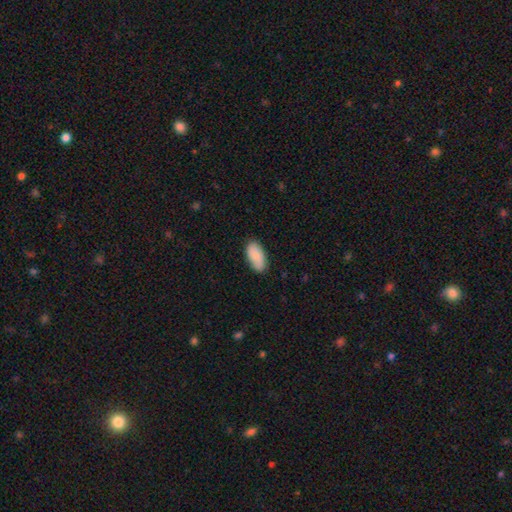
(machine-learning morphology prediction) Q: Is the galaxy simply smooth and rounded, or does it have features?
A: smooth — 84%.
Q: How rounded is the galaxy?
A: in between — 93%.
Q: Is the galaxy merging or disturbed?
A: none — 85%.